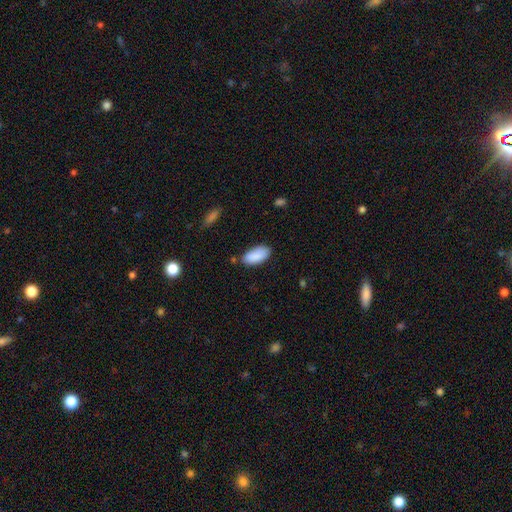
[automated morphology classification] A smooth galaxy with no disk features (90%) that is in between round and cigar-shaped (93%). Merging: none (79%).